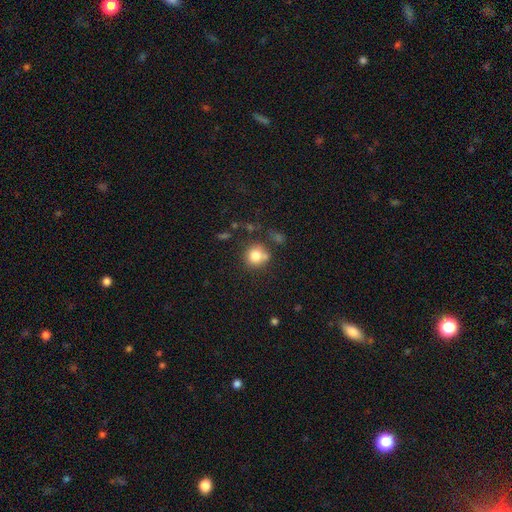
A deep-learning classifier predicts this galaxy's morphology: Smooth or featured?
  - smooth: 79% *
  - star or artifact: 11%
  - featured or disk: 10%
How rounded?
  - round: 87% *
  - in between: 12%
  - cigar-shaped: 1%
Merging?
  - none: 66% *
  - minor disturbance: 14%
  - merger: 14%
  - major disturbance: 5%